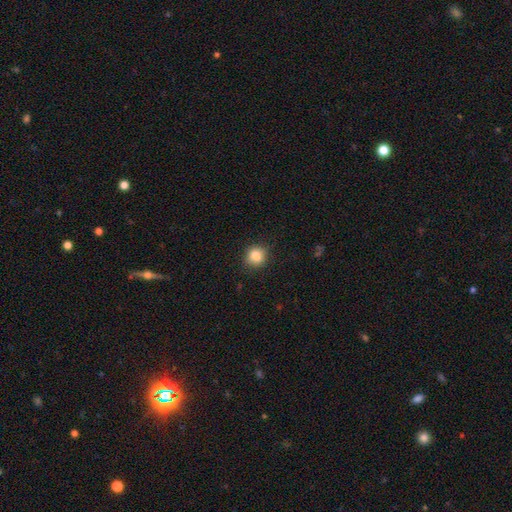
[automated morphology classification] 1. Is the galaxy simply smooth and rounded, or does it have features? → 84% smooth, 10% star or artifact, 6% featured or disk.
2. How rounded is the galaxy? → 82% round, 17% in between, 1% cigar-shaped.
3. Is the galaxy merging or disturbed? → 85% none, 11% minor disturbance, 3% major disturbance, 1% merger.